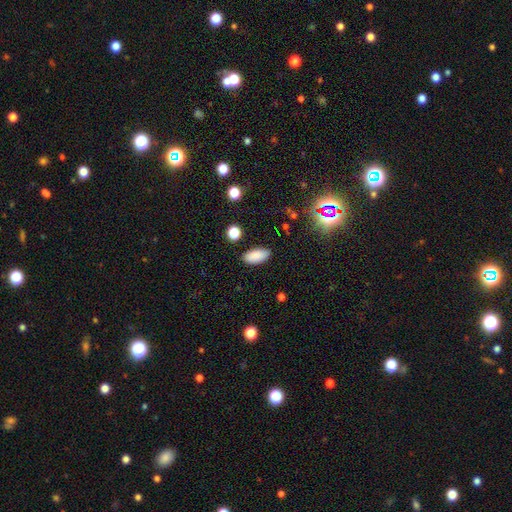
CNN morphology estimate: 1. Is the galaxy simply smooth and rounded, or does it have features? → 87% smooth, 9% star or artifact, 4% featured or disk.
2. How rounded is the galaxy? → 91% in between, 6% cigar-shaped, 3% round.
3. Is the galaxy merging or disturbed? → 86% none, 10% minor disturbance, 2% major disturbance, 2% merger.